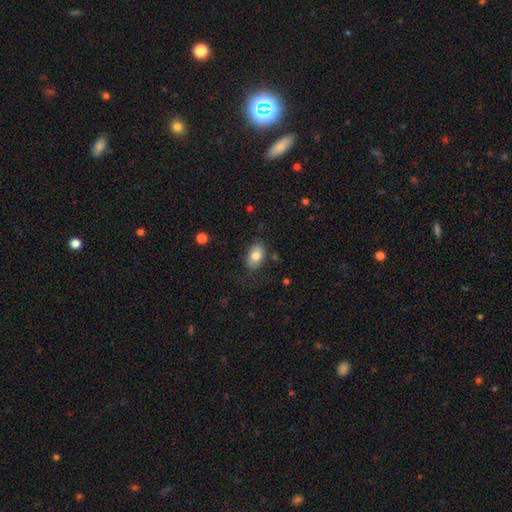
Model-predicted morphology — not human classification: smooth 80%, featured or disk 12%, star or artifact 8%. Down the decision tree: how rounded — in between (88%); merging — none (77%).